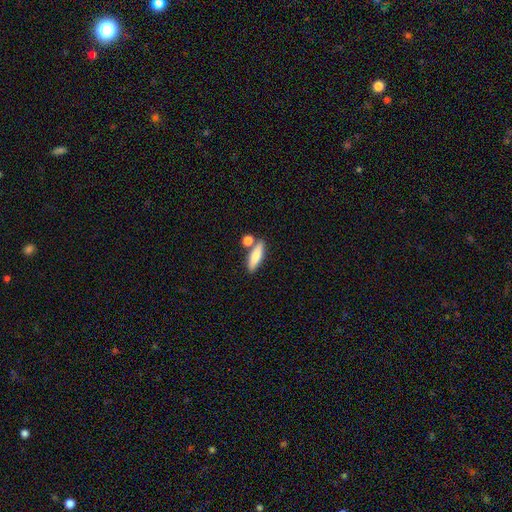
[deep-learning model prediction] smooth-or-featured: smooth: 78% | featured or disk: 16% | star or artifact: 6%
  how-rounded: cigar-shaped: 54% | in between: 41% | round: 5%
  merging: none: 68% | merger: 18% | minor disturbance: 11% | major disturbance: 3%